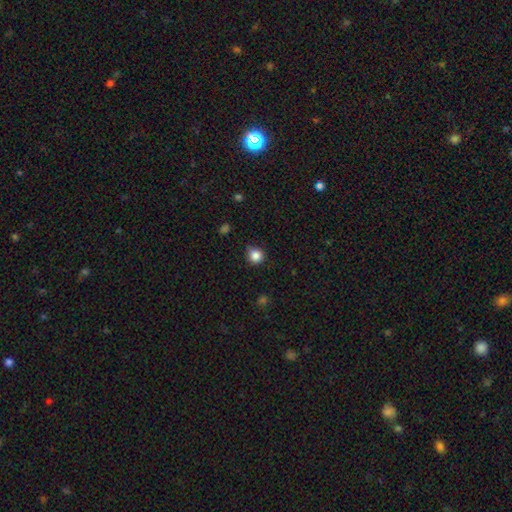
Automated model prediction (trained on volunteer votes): This appears to be a smooth galaxy with no disk features (84%) that is round (90%). Merging: none (78%).